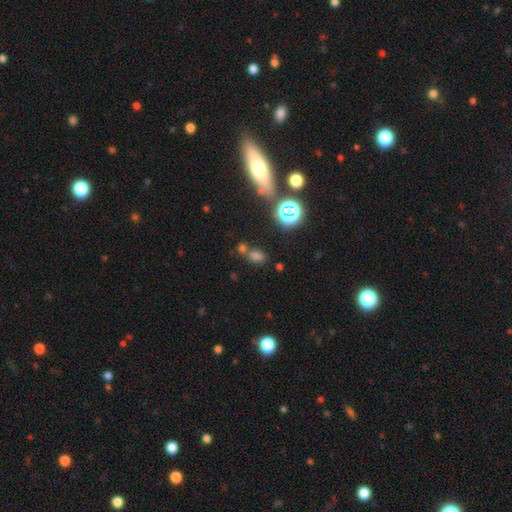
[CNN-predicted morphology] A smooth galaxy with no disk features (63%) that is in between round and cigar-shaped (74%). Merging: none (59%).